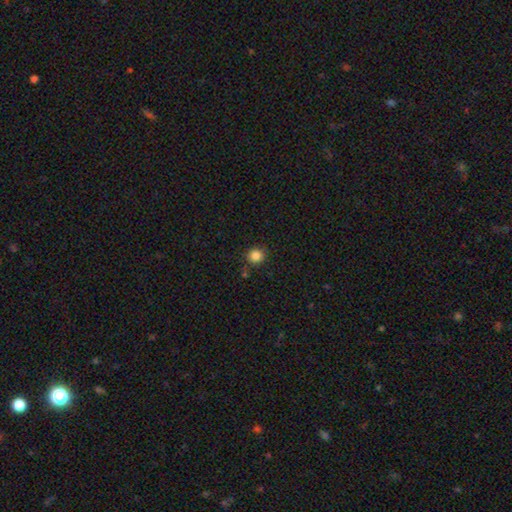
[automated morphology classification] Q: Smooth or featured?
A: smooth (85%); runner-up: star or artifact (11%)
Q: How rounded?
A: round (90%); runner-up: in between (9%)
Q: Merging?
A: none (84%); runner-up: minor disturbance (9%)